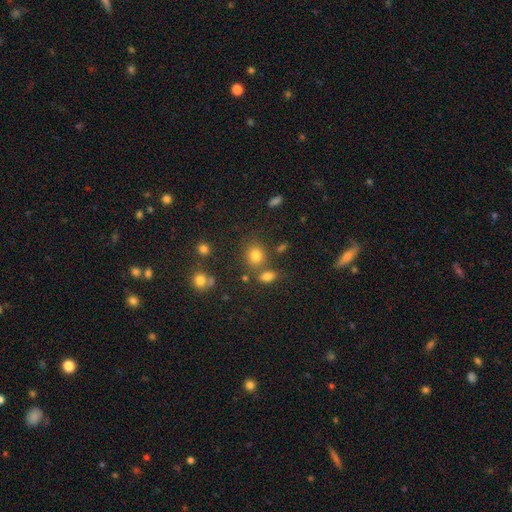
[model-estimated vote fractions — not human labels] Smooth or featured? Predicted: smooth (p=0.77). How rounded? Predicted: round (p=0.68). Merging? Predicted: none (p=0.66).